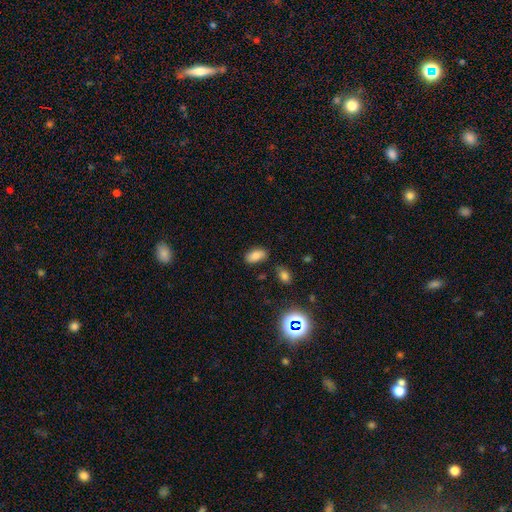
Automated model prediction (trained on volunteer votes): This appears to be a smooth galaxy with no disk features (80%) that is in between round and cigar-shaped (92%). Merging: none (77%).